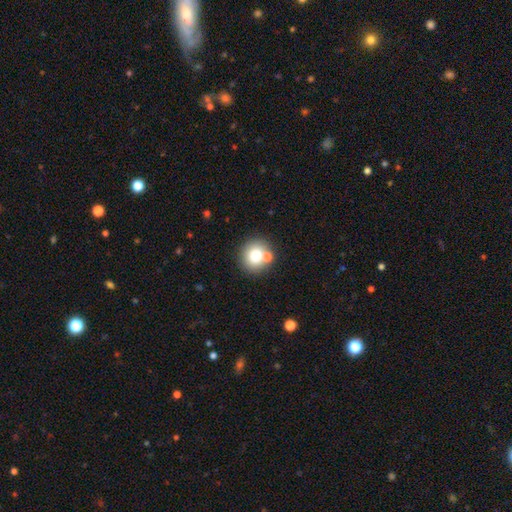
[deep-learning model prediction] This is likely a smooth galaxy (78%). How rounded: clearly round (84%). Merging: likely none (69%).